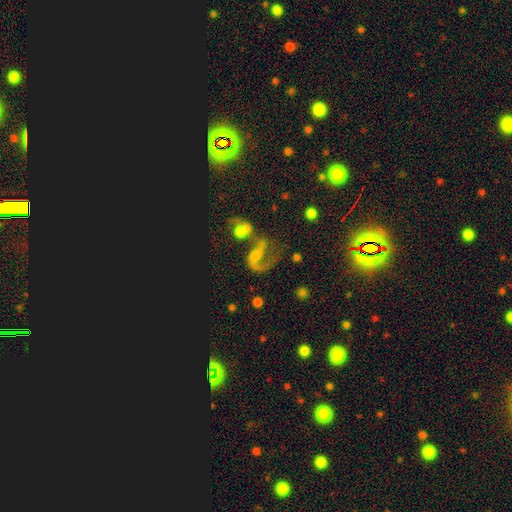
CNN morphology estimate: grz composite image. It shows a featured or disk galaxy (65%) with no bar (55%), spiral arms (80%) and a moderate central bulge (44%). Merging: merger (52%).